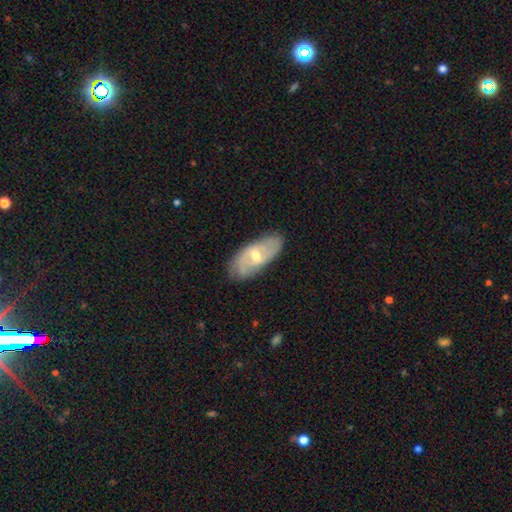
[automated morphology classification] The model was most divided on "bar": weak: 51%, no: 36%, strong: 13%. More confident: edge-on disk — no (89%); merging — none (79%); spiral arms — yes (76%); smooth or featured — featured or disk (63%); bulge size — moderate (58%).